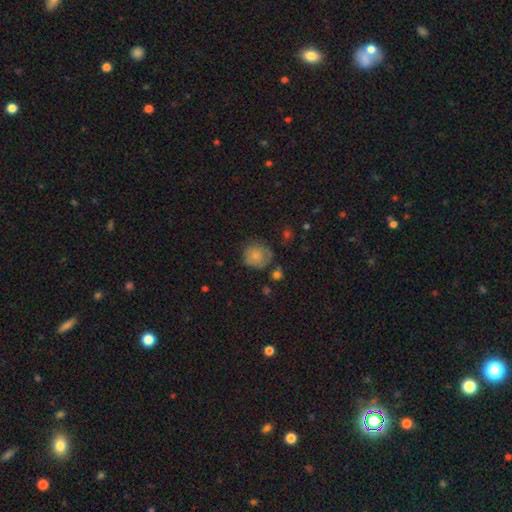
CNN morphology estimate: Smooth or featured? smooth (76%)
How rounded? round (85%)
Merging? none (62%)